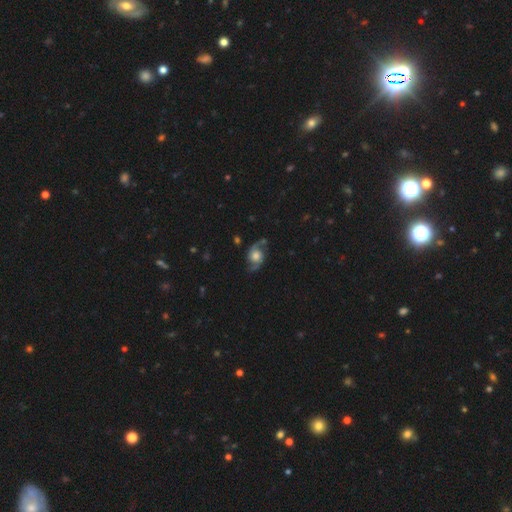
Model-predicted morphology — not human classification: Smooth or featured? Predicted: featured or disk (p=0.84). Edge-on disk? Predicted: no (p=0.96). Bar? Predicted: no (p=0.72). Spiral arms? Predicted: yes (p=0.96). Spiral winding? Predicted: loose (p=0.55). Spiral arm count? Predicted: 2 (p=0.93). Bulge size? Predicted: large (p=0.40). Merging? Predicted: none (p=0.77).